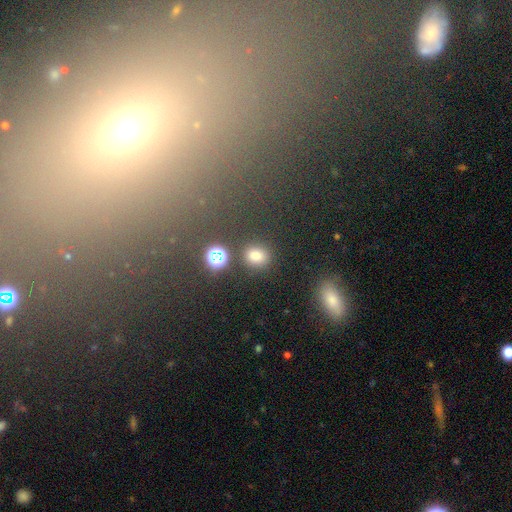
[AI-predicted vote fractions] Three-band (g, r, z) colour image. It shows a smooth galaxy with no disk features (75%) that is round (62%). Merging: none (79%).